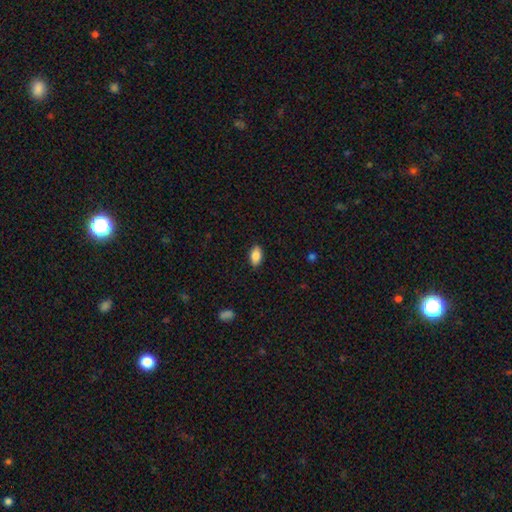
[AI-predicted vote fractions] A smooth galaxy with no disk features (87%) that is in between round and cigar-shaped (92%). Merging: none (87%).